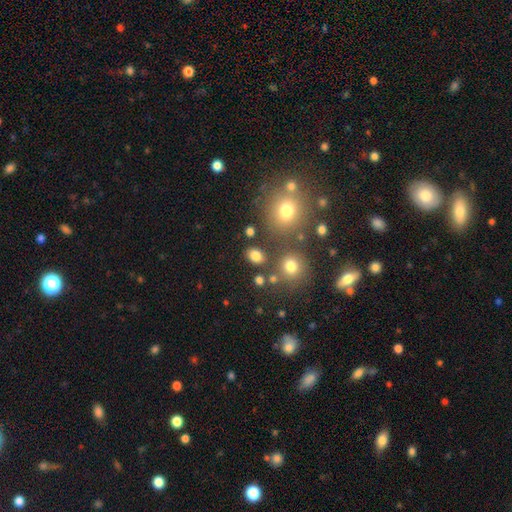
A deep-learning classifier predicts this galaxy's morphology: type=smooth (79%); roundness=in between (62%); merging=none (79%).